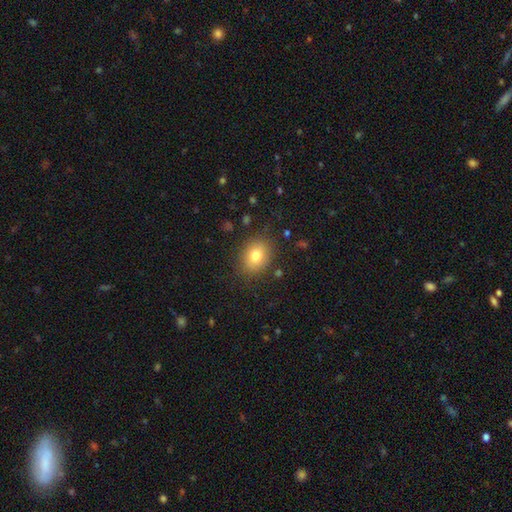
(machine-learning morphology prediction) This appears to be a smooth galaxy with no disk features (78%) that is in between round and cigar-shaped (50%). Merging: none (84%).